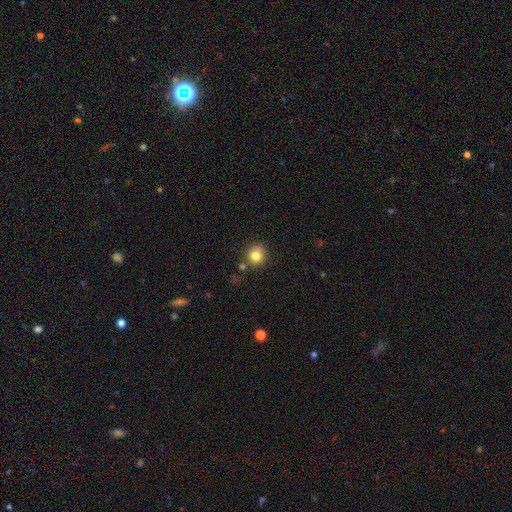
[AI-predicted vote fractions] The model was most divided on "merging": none: 77%, minor disturbance: 13%, merger: 7%, major disturbance: 4%. More confident: how rounded — round (88%); smooth or featured — smooth (82%).